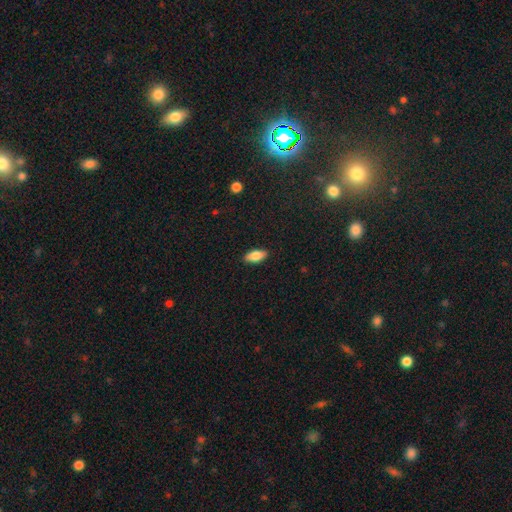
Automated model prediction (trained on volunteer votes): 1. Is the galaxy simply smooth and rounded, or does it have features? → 82% smooth, 12% featured or disk, 7% star or artifact.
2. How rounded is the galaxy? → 88% in between, 9% cigar-shaped, 3% round.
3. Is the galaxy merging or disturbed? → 89% none, 9% minor disturbance, 2% major disturbance, 1% merger.